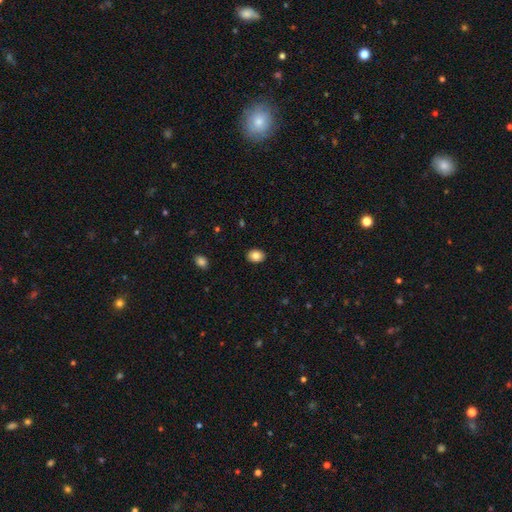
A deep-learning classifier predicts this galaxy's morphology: smooth-or-featured: smooth: 83% | star or artifact: 8% | featured or disk: 8%
  how-rounded: in between: 63% | round: 36% | cigar-shaped: 1%
  merging: none: 90% | minor disturbance: 8% | major disturbance: 2% | merger: 1%